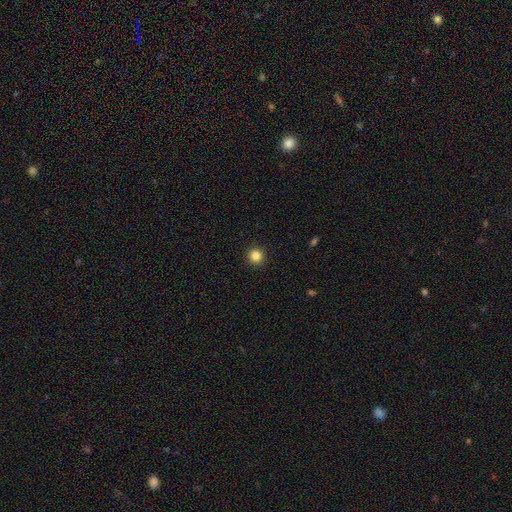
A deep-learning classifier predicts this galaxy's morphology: smooth-or-featured: smooth: 85% | star or artifact: 11% | featured or disk: 4%
  how-rounded: round: 92% | in between: 7% | cigar-shaped: 1%
  merging: none: 93% | minor disturbance: 5% | major disturbance: 2% | merger: 1%